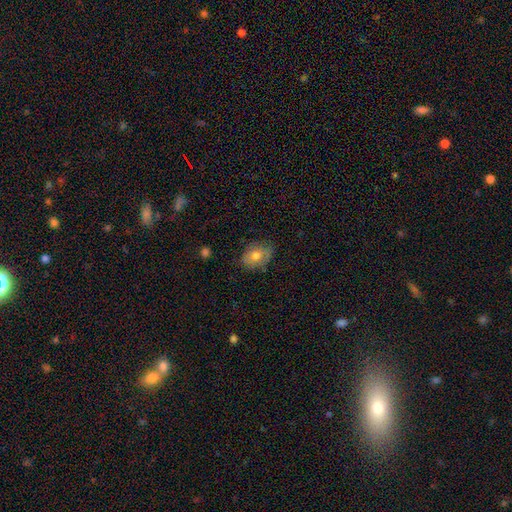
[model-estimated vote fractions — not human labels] This is likely a smooth galaxy (73%). How rounded: likely in between (74%). Merging: likely none (76%).